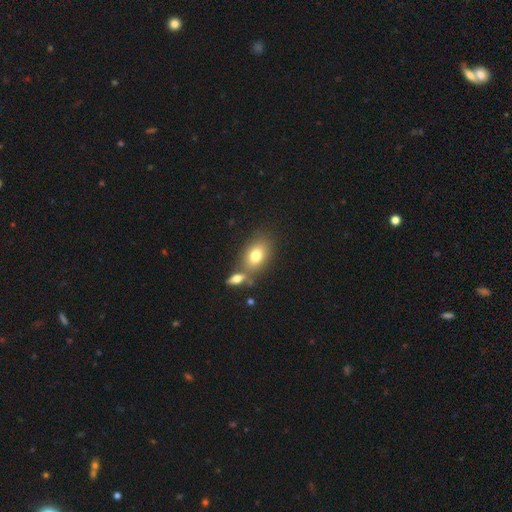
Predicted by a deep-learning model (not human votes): A smooth galaxy with no disk features (77%) that is in between round and cigar-shaped (79%).

Vote fractions:
- Smooth or featured? smooth: 77% / featured or disk: 14% / star or artifact: 9%
- How rounded? in between: 79% / round: 19% / cigar-shaped: 2%
- Merging? none: 55% / merger: 30% / minor disturbance: 11% / major disturbance: 4%